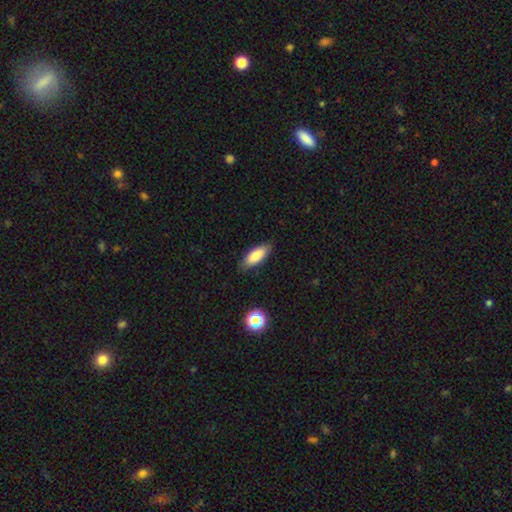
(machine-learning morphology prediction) smooth-or-featured: smooth: 83% | featured or disk: 11% | star or artifact: 7%
  how-rounded: in between: 76% | cigar-shaped: 22% | round: 2%
  merging: none: 84% | minor disturbance: 12% | major disturbance: 2% | merger: 1%